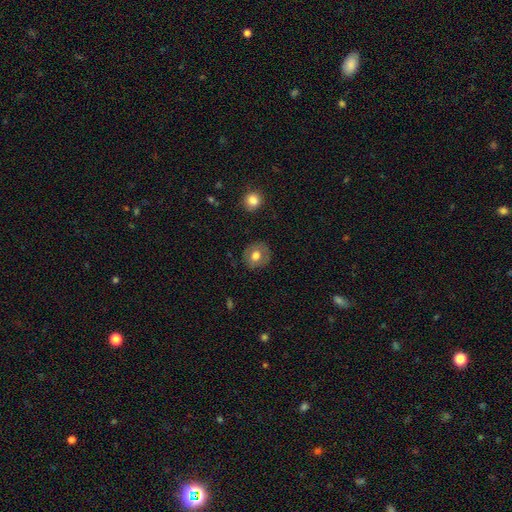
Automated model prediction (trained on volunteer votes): Smooth or featured? smooth (68%)
How rounded? round (83%)
Merging? none (85%)